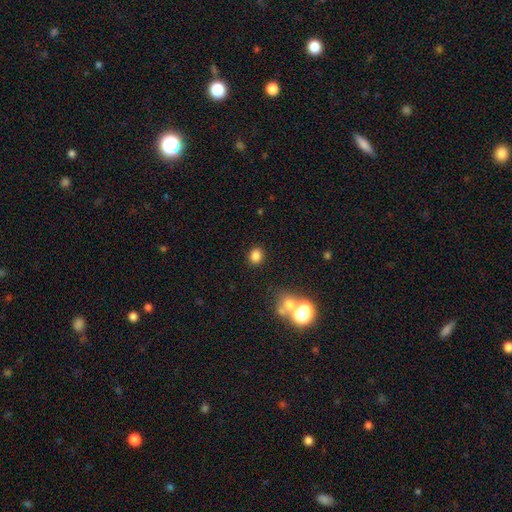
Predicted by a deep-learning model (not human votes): The model was most divided on "how rounded": round: 70%, in between: 29%, cigar-shaped: 1%. More confident: merging — none (86%); smooth or featured — smooth (81%).